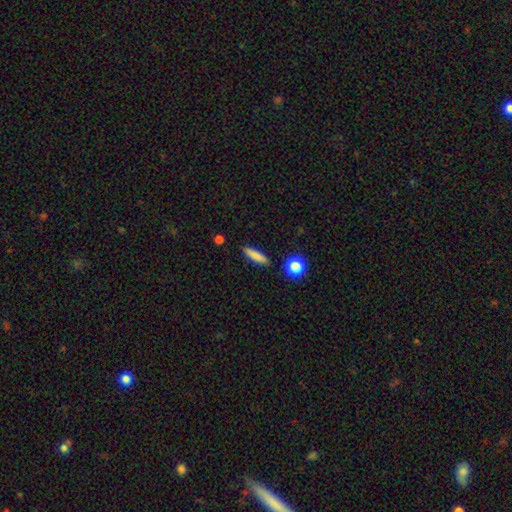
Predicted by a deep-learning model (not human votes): Smooth or featured?
  - smooth: 82% *
  - featured or disk: 10%
  - star or artifact: 8%
How rounded?
  - cigar-shaped: 79% *
  - in between: 18%
  - round: 3%
Merging?
  - none: 88% *
  - minor disturbance: 8%
  - merger: 2%
  - major disturbance: 2%